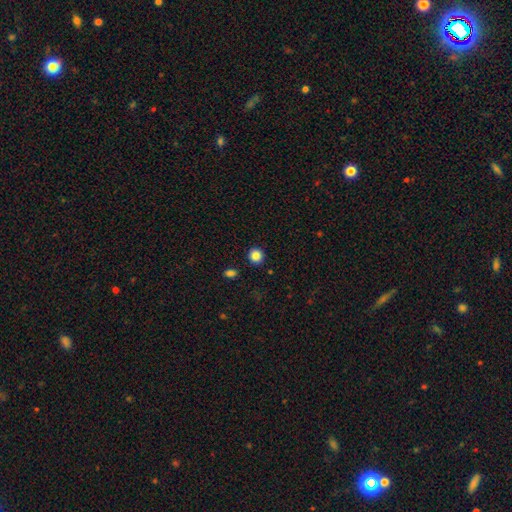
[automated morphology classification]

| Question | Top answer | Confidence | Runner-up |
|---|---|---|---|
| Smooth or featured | smooth | 86% | star or artifact (10%) |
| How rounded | round | 91% | in between (9%) |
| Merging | none | 91% | minor disturbance (5%) |